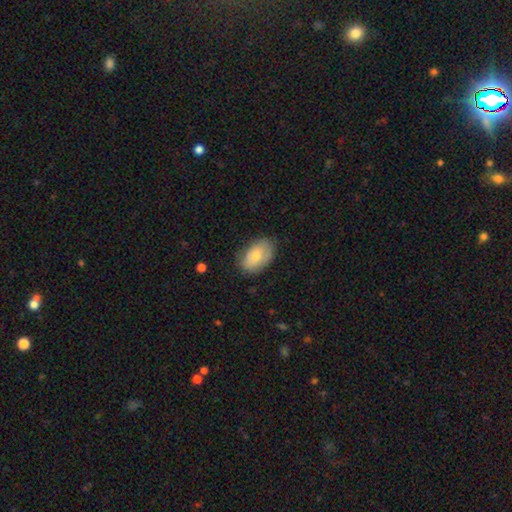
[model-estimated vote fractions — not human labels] smooth_or_featured: smooth (p=0.69) [alt: featured or disk p=0.24]
how_rounded: in between (p=0.90) [alt: round p=0.08]
merging: none (p=0.77) [alt: minor disturbance p=0.18]